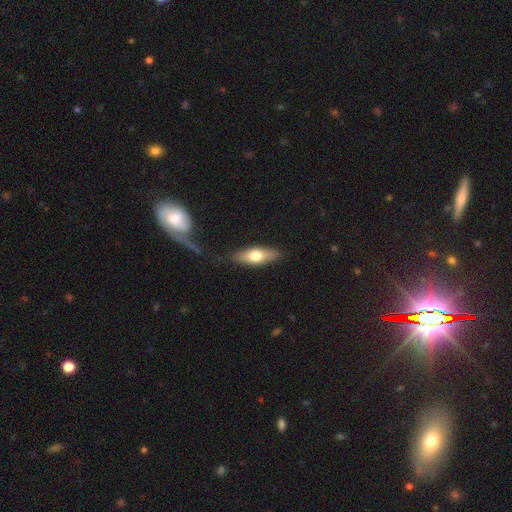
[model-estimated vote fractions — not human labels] Overall: smooth (62%; featured or disk 32%). How rounded: in between (62%; cigar-shaped 35%). Merging: none (83%).